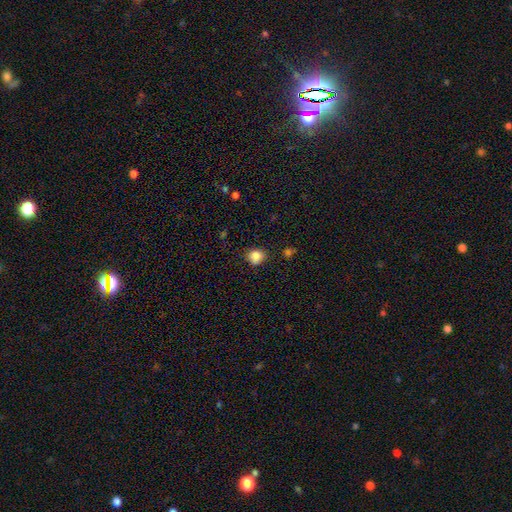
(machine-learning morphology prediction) Smooth or featured? Predicted: smooth (p=0.85). How rounded? Predicted: round (p=0.77). Merging? Predicted: none (p=0.76).